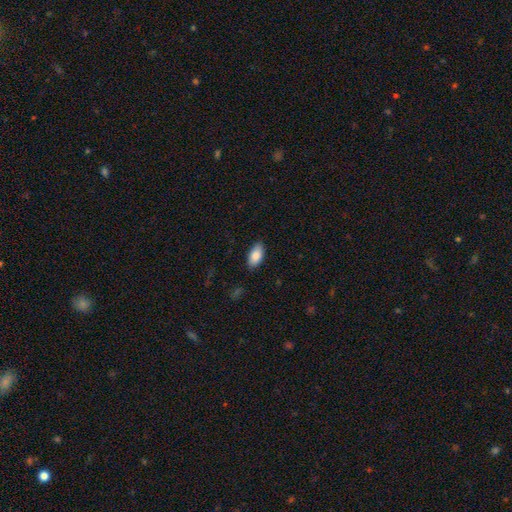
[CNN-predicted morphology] Smooth or featured? smooth (86%)
How rounded? in between (93%)
Merging? none (87%)